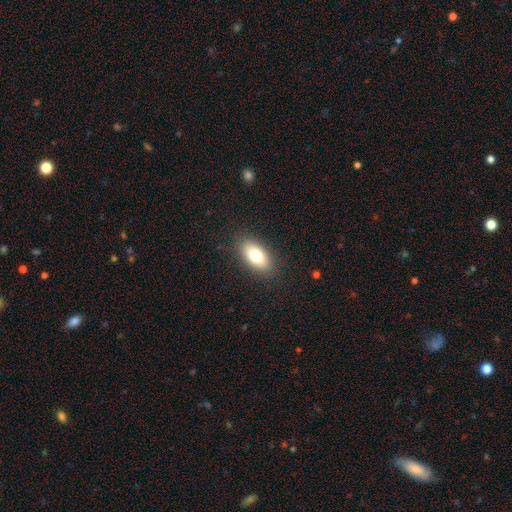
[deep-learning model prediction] smooth_or_featured: smooth (p=0.77) [alt: featured or disk p=0.15]
how_rounded: in between (p=0.91) [alt: cigar-shaped p=0.05]
merging: none (p=0.87) [alt: minor disturbance p=0.09]